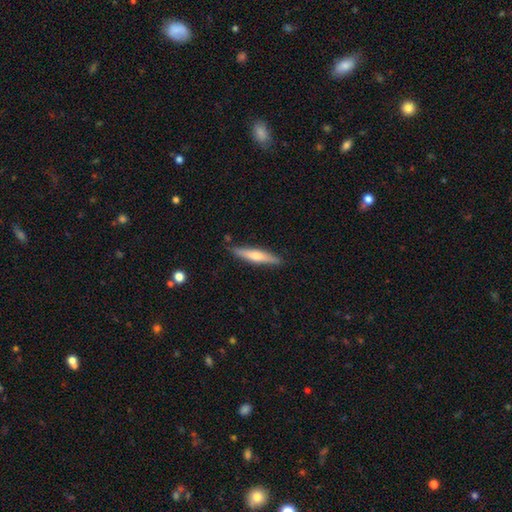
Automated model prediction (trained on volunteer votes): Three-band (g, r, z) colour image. It shows a smooth galaxy with no disk features (49%). Merging: none (87%).